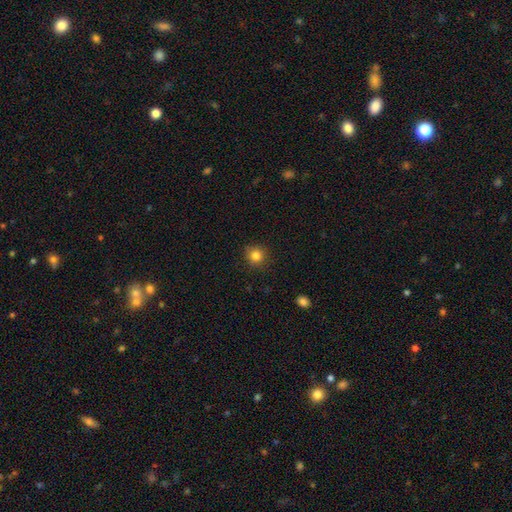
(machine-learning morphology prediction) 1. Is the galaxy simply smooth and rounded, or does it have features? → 84% smooth, 12% star or artifact, 5% featured or disk.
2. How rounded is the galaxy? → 92% round, 7% in between, 1% cigar-shaped.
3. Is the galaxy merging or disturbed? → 89% none, 8% minor disturbance, 2% major disturbance, 1% merger.